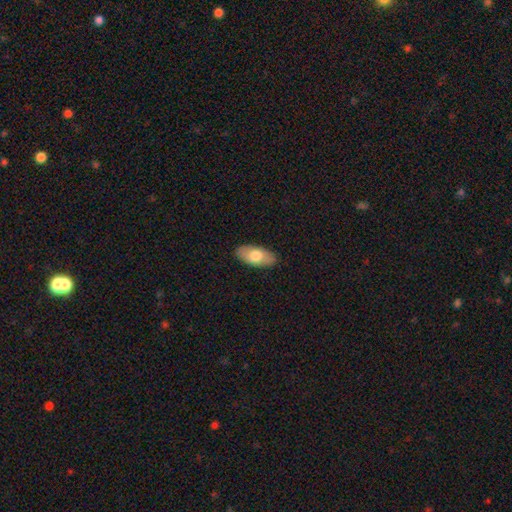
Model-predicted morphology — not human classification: type=smooth (72%); roundness=in between (92%); merging=none (88%).